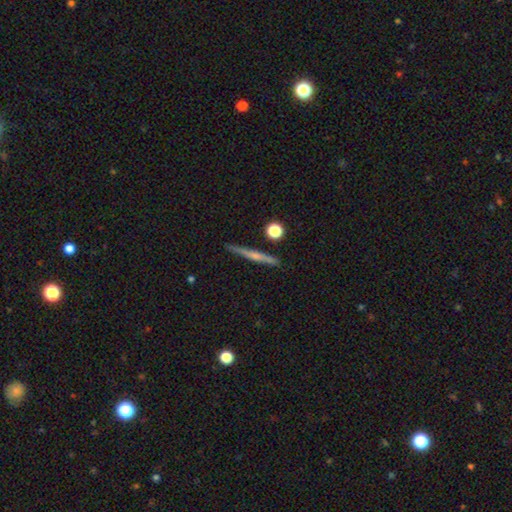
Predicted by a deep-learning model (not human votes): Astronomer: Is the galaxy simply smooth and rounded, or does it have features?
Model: featured or disk — 58% (runner-up: smooth, 34%).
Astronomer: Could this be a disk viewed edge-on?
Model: yes — 97%.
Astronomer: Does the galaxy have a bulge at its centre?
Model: rounded — 53% (runner-up: none, 38%).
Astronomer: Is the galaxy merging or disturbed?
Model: none — 89%.